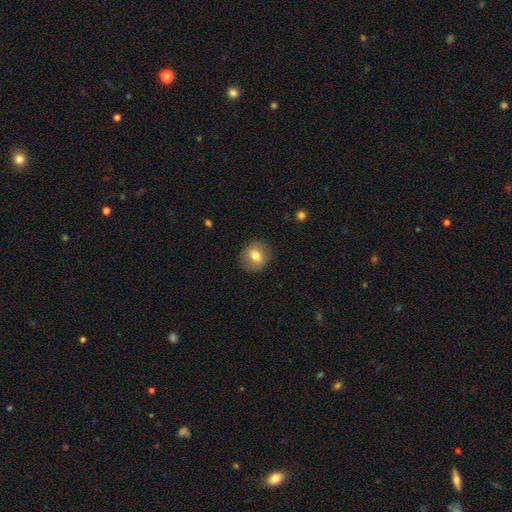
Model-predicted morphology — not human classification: This appears to be a smooth galaxy with no disk features (72%) that is round (75%). Merging: none (87%).